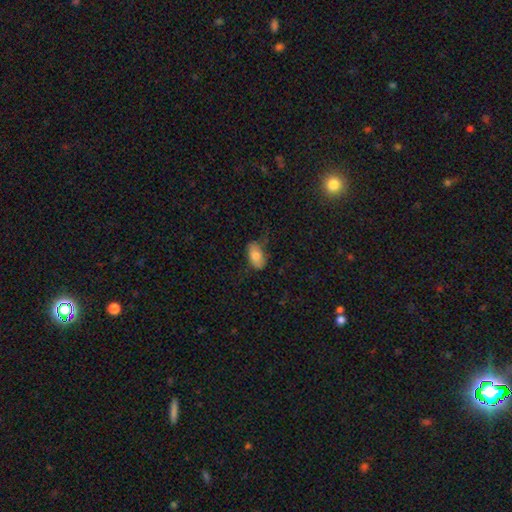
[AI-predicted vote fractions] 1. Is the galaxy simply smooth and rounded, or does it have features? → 76% smooth, 16% featured or disk, 8% star or artifact.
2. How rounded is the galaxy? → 92% in between, 5% round, 3% cigar-shaped.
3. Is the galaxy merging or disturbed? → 61% none, 28% minor disturbance, 9% major disturbance, 2% merger.